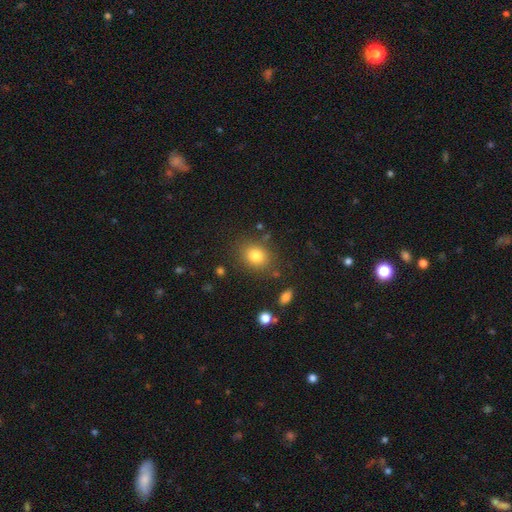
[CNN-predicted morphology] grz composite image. It shows a smooth galaxy with no disk features (80%) that is round (58%). Merging: none (82%).